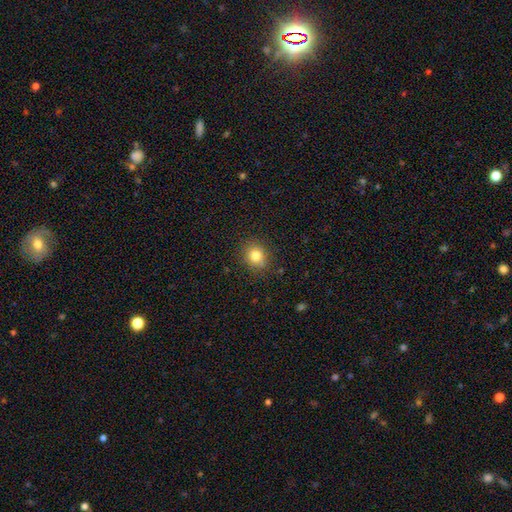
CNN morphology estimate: type=smooth (81%); roundness=round (80%); merging=none (85%).